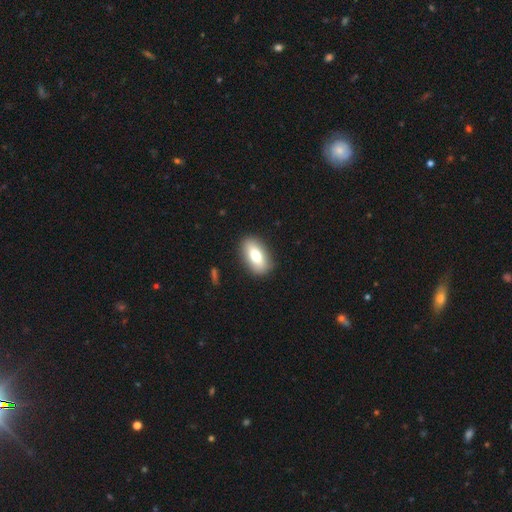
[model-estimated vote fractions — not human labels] Smooth or featured: smooth — 75% (featured or disk — 18%)
How rounded: in between — 89% (round — 6%)
Merging: none — 87% (minor disturbance — 9%)